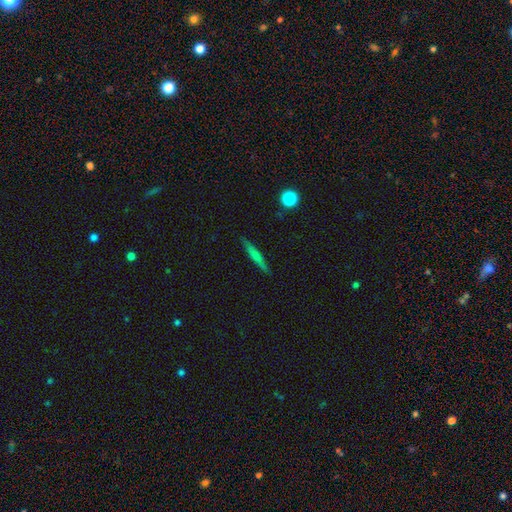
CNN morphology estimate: A smooth galaxy with no disk features (59%) that is cigar-shaped (91%). Merging: none (87%).